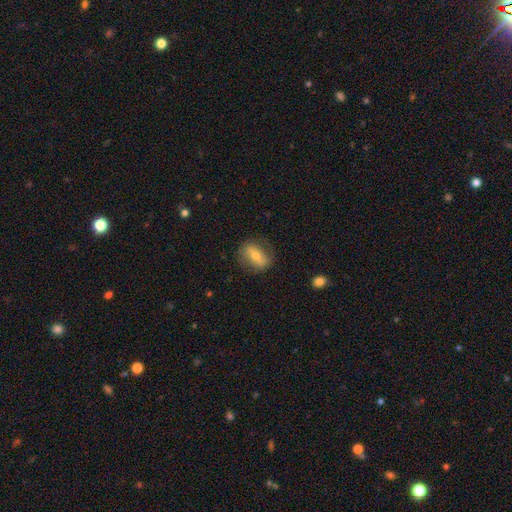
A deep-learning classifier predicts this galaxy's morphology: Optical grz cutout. It shows a smooth galaxy with no disk features (48%). Merging: none (78%).